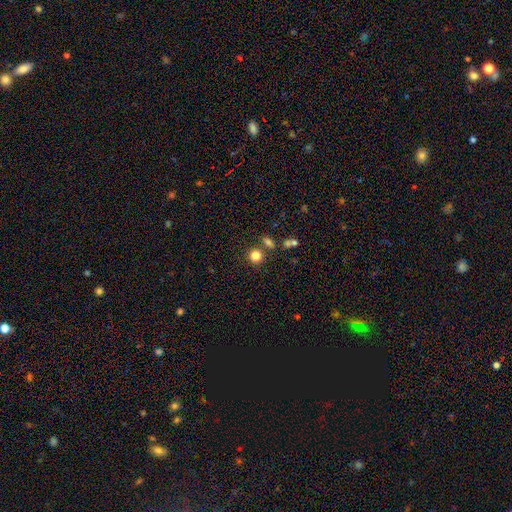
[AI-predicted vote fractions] Smooth or featured: smooth — 82% (star or artifact — 13%)
How rounded: round — 88% (in between — 11%)
Merging: none — 76% (merger — 12%)